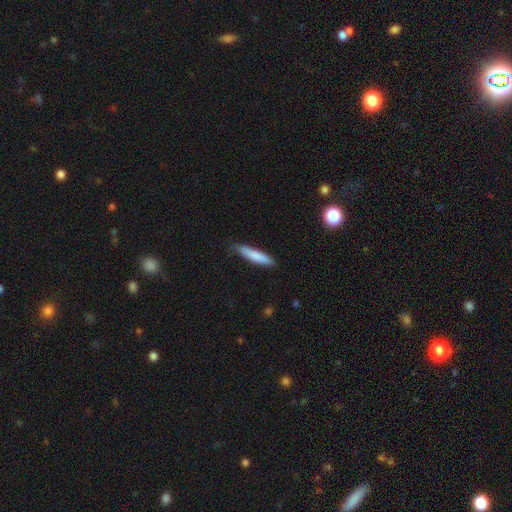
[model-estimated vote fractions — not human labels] Overall: smooth (80%). How rounded: cigar-shaped (85%). Merging: none (82%).